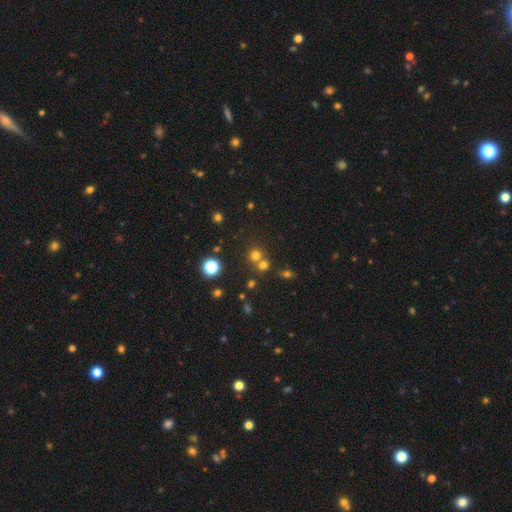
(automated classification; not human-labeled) smooth-or-featured: smooth: 66% | star or artifact: 25% | featured or disk: 9%
  how-rounded: round: 89% | in between: 10% | cigar-shaped: 1%
  merging: none: 59% | merger: 31% | minor disturbance: 7% | major disturbance: 3%